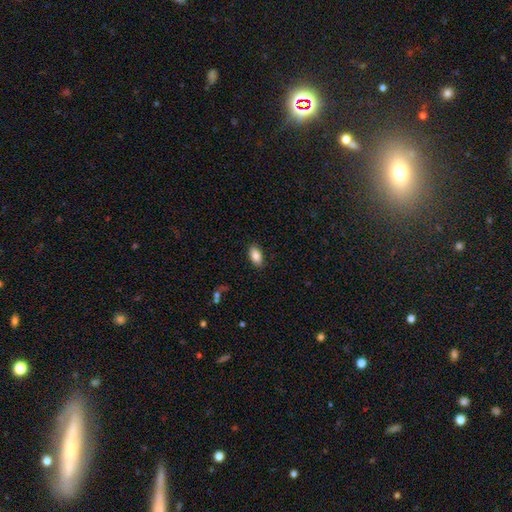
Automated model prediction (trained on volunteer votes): Smooth or featured: smooth — 86% (star or artifact — 7%)
How rounded: in between — 93% (round — 4%)
Merging: none — 88% (minor disturbance — 9%)